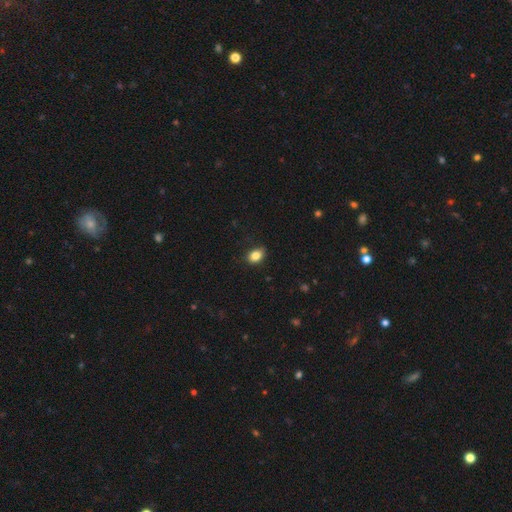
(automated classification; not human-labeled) smooth 85%, star or artifact 9%, featured or disk 6%. Down the decision tree: how rounded — in between (75%); merging — none (82%).